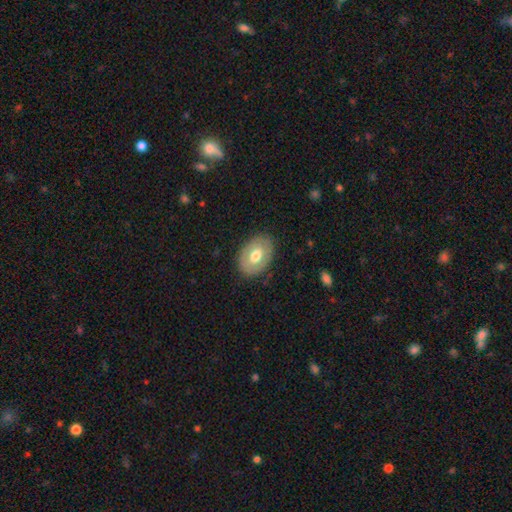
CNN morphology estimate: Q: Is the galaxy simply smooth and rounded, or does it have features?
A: smooth — 59%.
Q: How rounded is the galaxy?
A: in between — 80%.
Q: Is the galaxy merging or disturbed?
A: none — 84%.